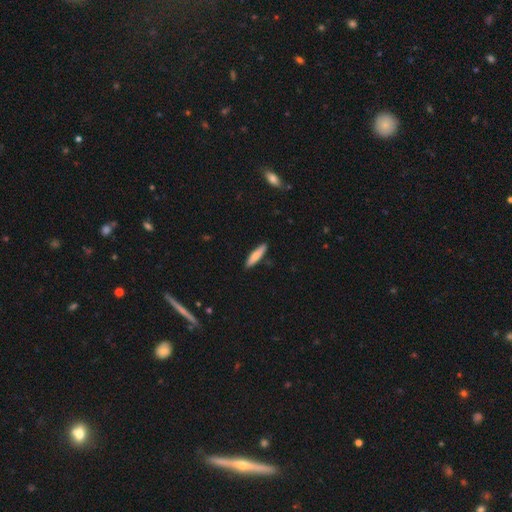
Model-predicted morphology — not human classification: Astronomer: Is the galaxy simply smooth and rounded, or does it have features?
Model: smooth — 76%.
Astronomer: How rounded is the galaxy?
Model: cigar-shaped — 80%.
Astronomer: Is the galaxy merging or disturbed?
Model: none — 90%.